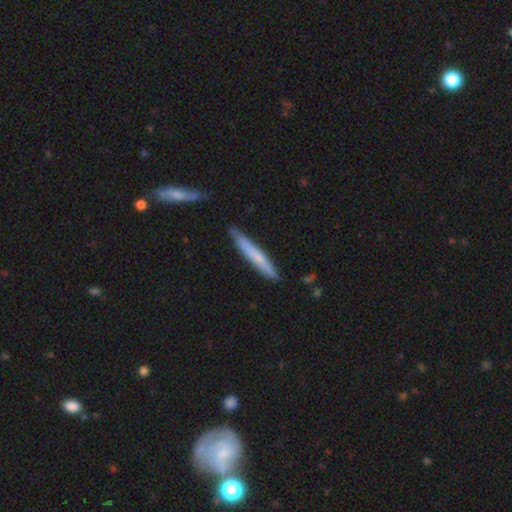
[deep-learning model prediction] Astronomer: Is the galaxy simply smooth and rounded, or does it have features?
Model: smooth — 64%.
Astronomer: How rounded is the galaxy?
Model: cigar-shaped — 95%.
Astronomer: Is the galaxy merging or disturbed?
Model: none — 82%.